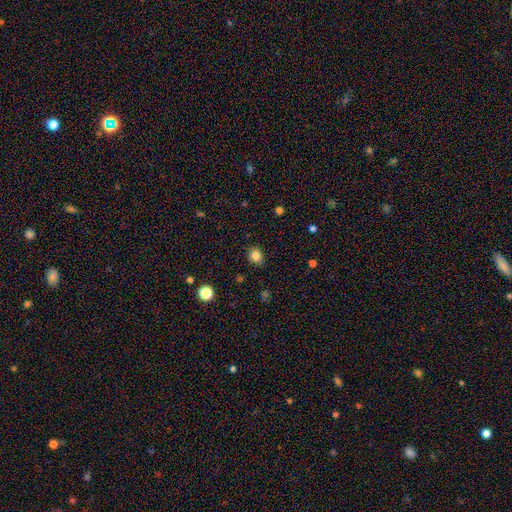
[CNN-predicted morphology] This is clearly a smooth galaxy (82%). How rounded: likely round (64%). Merging: clearly none (88%).